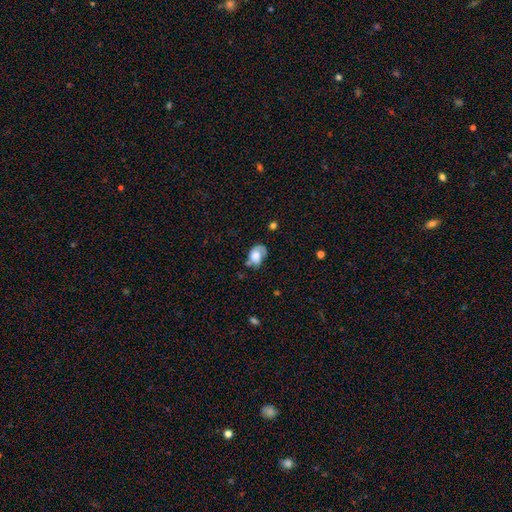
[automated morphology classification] Smooth or featured: smooth — 57% (featured or disk — 35%)
How rounded: in between — 79% (round — 20%)
Merging: none — 38% (minor disturbance — 32%)